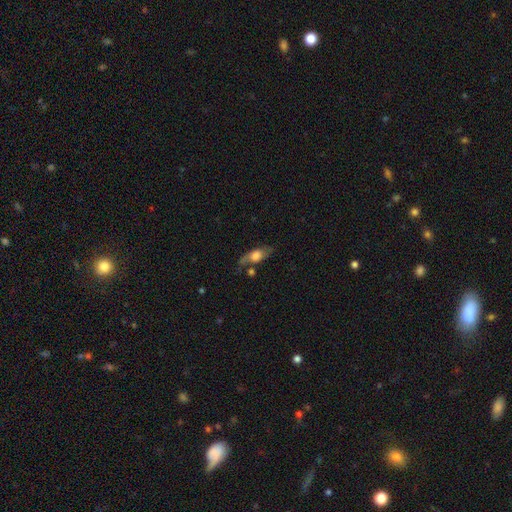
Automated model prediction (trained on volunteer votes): Smooth or featured: smooth — 46% (tied with featured or disk — 46%)
Merging: none — 55% (minor disturbance — 23%)